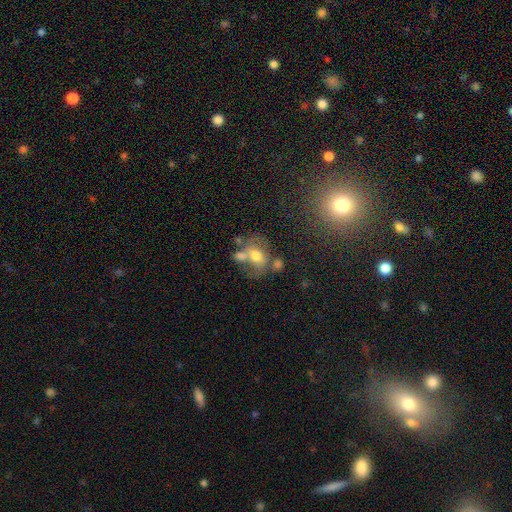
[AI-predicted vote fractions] Smooth or featured: smooth — 48% (featured or disk — 40%)
Merging: merger — 39% (none — 32%)